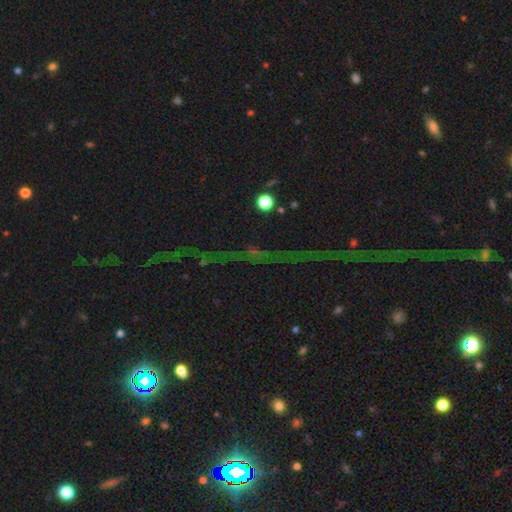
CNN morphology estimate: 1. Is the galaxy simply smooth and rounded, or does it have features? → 78% star or artifact, 12% featured or disk, 10% smooth.